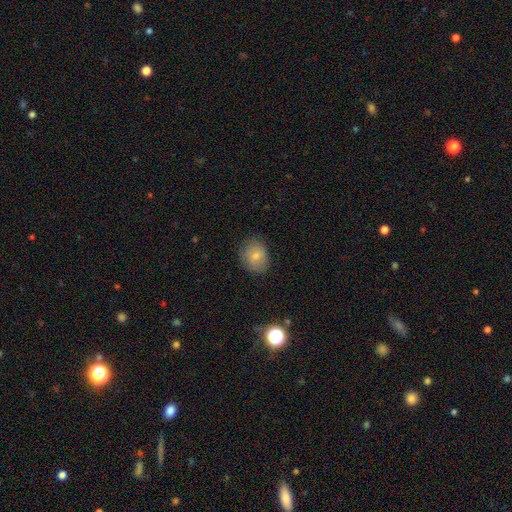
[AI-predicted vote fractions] Morphology: type=smooth (78%); roundness=round (53%); merging=none (79%).